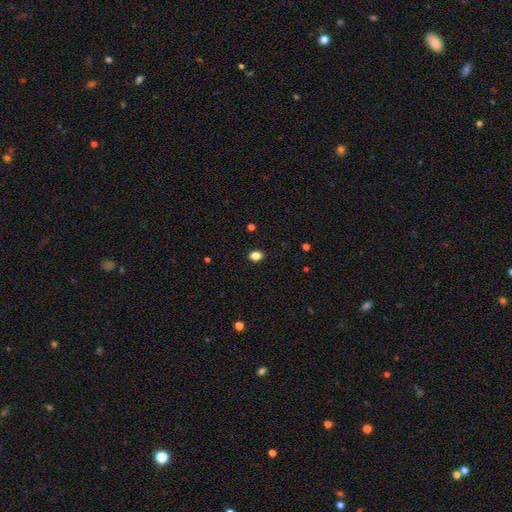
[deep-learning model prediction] smooth 84%, star or artifact 11%, featured or disk 4%. Down the decision tree: how rounded — in between (67%); merging — none (90%).